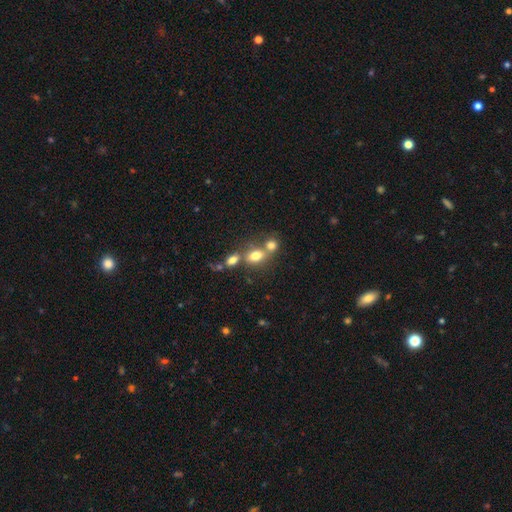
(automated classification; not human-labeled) A smooth galaxy with no disk features (75%) that is in between round and cigar-shaped (69%).

Vote fractions:
- Smooth or featured? smooth: 75% / featured or disk: 13% / star or artifact: 13%
- How rounded? in between: 69% / round: 28% / cigar-shaped: 3%
- Merging? merger: 48% / none: 38% / minor disturbance: 10% / major disturbance: 5%